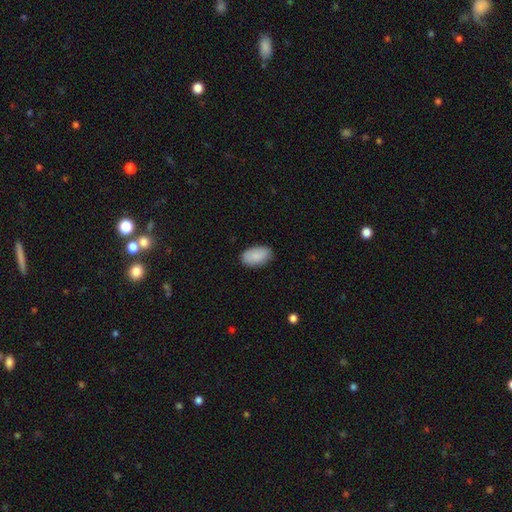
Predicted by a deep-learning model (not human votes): Morphology: type=smooth (89%); roundness=in between (94%); merging=none (85%).